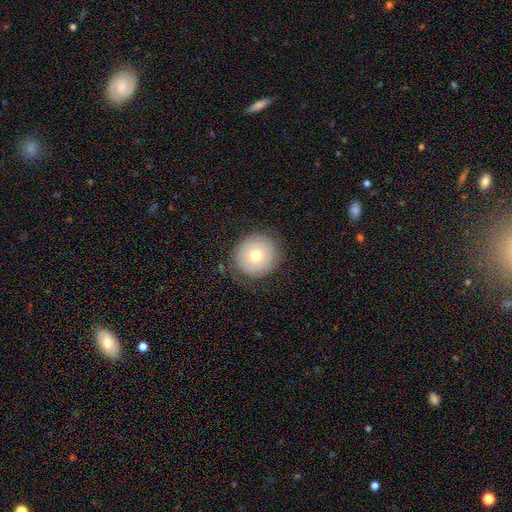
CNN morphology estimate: smooth 64%, featured or disk 27%, star or artifact 9%. Down the decision tree: how rounded — round (93%); merging — none (80%).